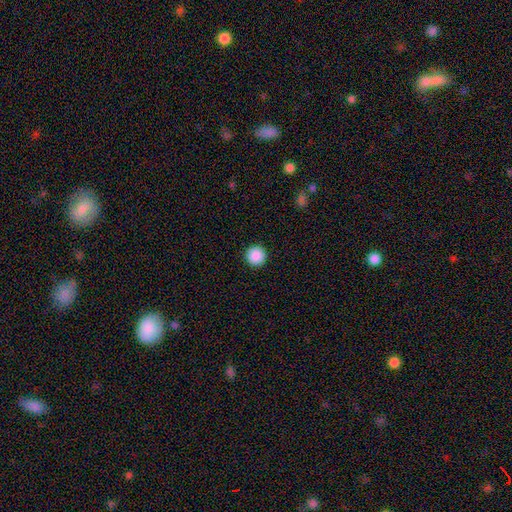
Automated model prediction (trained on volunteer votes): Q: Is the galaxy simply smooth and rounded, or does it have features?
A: smooth — 89%.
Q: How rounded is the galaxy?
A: round — 96%.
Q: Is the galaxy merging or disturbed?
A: none — 93%.